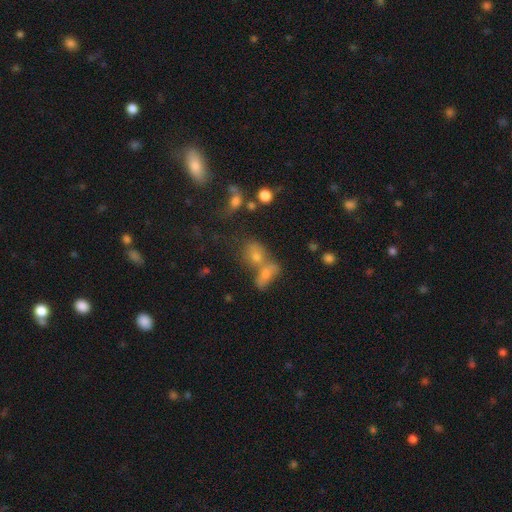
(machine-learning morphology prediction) smooth-or-featured: smooth: 66% | star or artifact: 17% | featured or disk: 17%
  how-rounded: in between: 60% | round: 35% | cigar-shaped: 5%
  merging: merger: 55% | none: 31% | minor disturbance: 9% | major disturbance: 5%